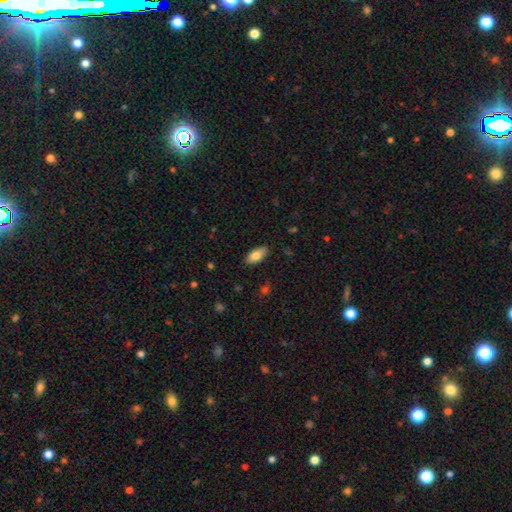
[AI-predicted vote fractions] smooth-or-featured: smooth: 80% | featured or disk: 13% | star or artifact: 7%
  how-rounded: in between: 89% | cigar-shaped: 8% | round: 2%
  merging: none: 86% | minor disturbance: 11% | major disturbance: 2% | merger: 1%